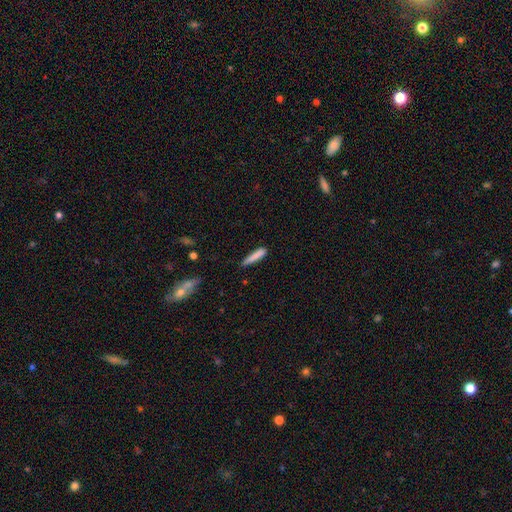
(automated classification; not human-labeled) smooth-or-featured: smooth: 83% | featured or disk: 10% | star or artifact: 7%
  how-rounded: cigar-shaped: 89% | in between: 9% | round: 1%
  merging: none: 76% | minor disturbance: 18% | major disturbance: 3% | merger: 2%